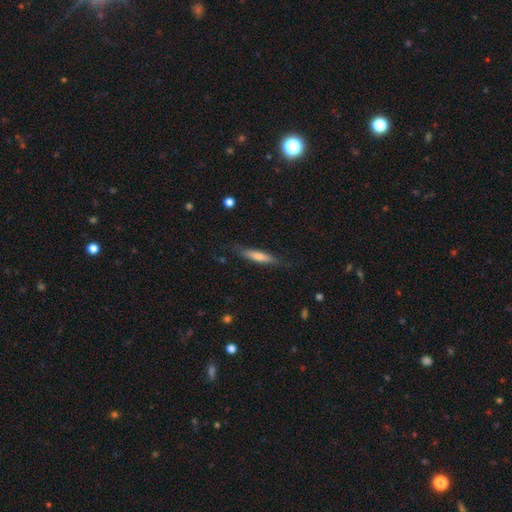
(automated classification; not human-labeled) Smooth or featured? Predicted: smooth (p=0.56). How rounded? Predicted: cigar-shaped (p=0.87). Merging? Predicted: none (p=0.79).